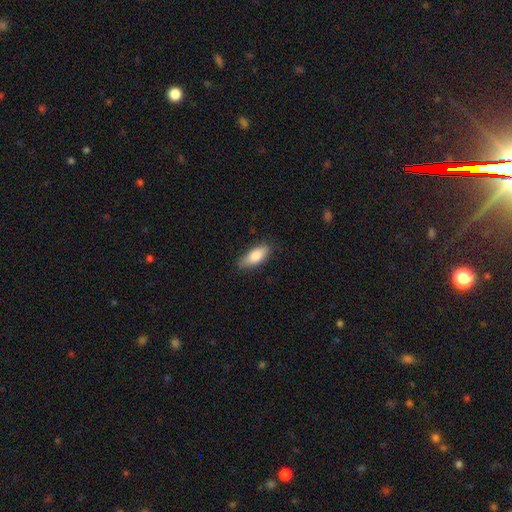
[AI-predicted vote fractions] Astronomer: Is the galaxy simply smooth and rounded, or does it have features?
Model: smooth — 81%.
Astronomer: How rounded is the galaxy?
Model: in between — 78%.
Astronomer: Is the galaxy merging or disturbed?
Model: none — 81%.